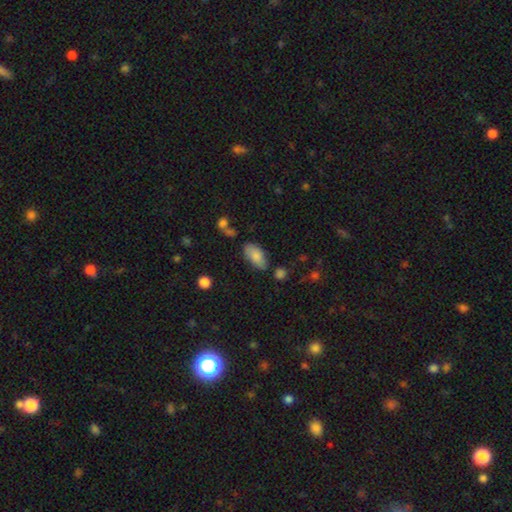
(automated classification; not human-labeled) Smooth or featured? smooth (82%)
How rounded? in between (92%)
Merging? none (69%)